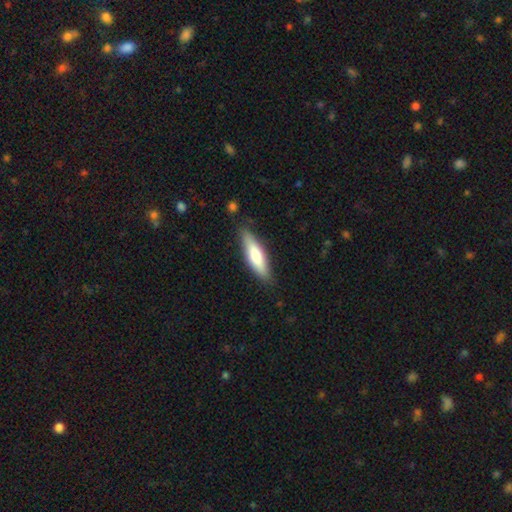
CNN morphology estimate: This is likely a smooth galaxy (67%). How rounded: likely cigar-shaped (65%). Merging: clearly none (85%).